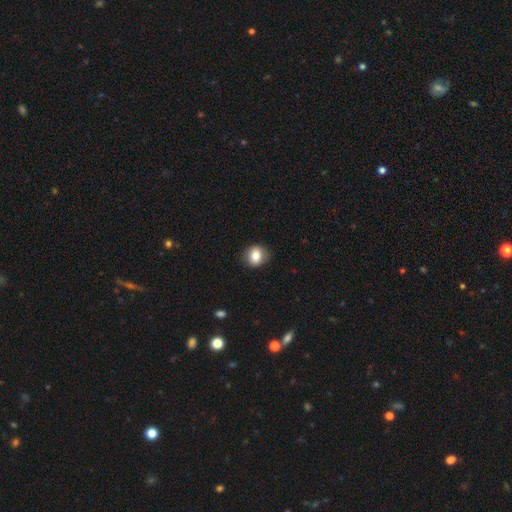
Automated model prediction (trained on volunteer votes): Overall: smooth (80%). How rounded: round (72%). Merging: none (85%).